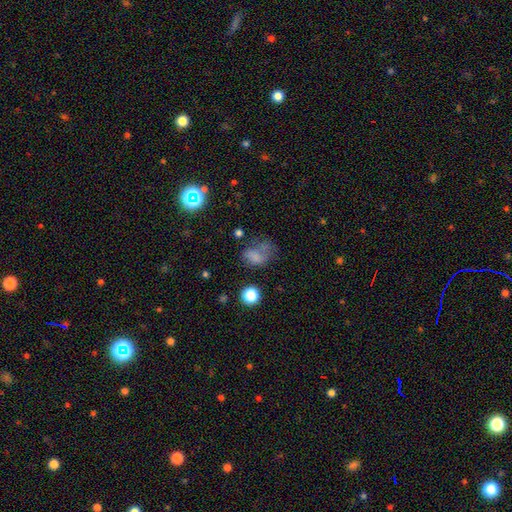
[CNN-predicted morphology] Smooth or featured? Predicted: smooth (p=0.66). How rounded? Predicted: in between (p=0.71). Merging? Predicted: none (p=0.33).